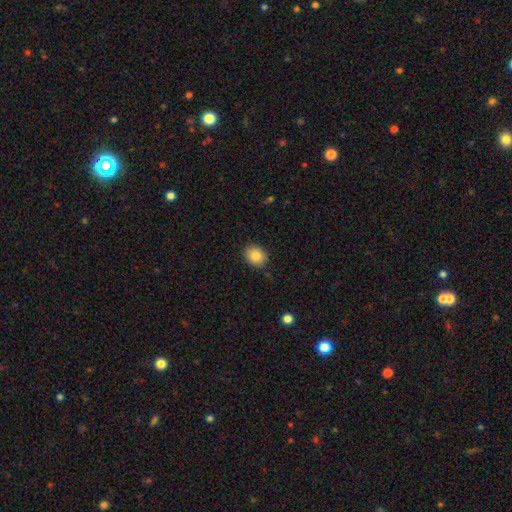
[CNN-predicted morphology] Overall: smooth (84%). How rounded: round (52%; in between 47%). Merging: none (88%).